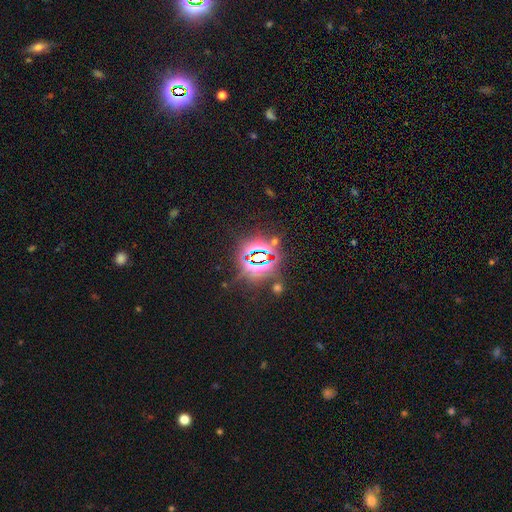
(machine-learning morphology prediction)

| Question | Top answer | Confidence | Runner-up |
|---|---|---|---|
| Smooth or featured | star or artifact | 83% | smooth (9%) |